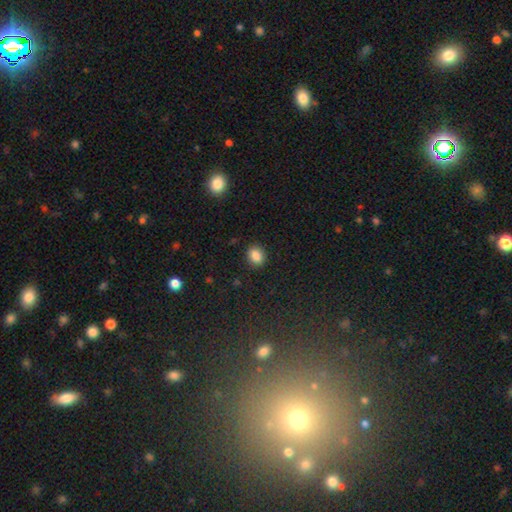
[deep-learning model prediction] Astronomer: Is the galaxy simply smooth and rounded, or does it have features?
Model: smooth — 86%.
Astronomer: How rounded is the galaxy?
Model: in between — 51% (runner-up: round, 48%).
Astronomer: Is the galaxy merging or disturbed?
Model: none — 89%.